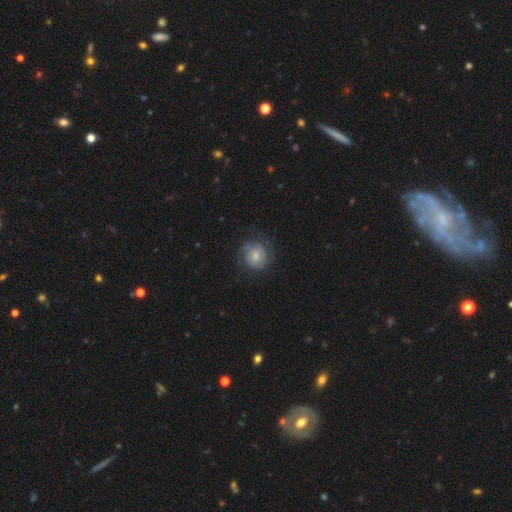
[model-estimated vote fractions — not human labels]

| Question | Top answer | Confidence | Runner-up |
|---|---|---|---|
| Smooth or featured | smooth | 46% | tied: featured or disk (46%) |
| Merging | none | 67% | minor disturbance (19%) |